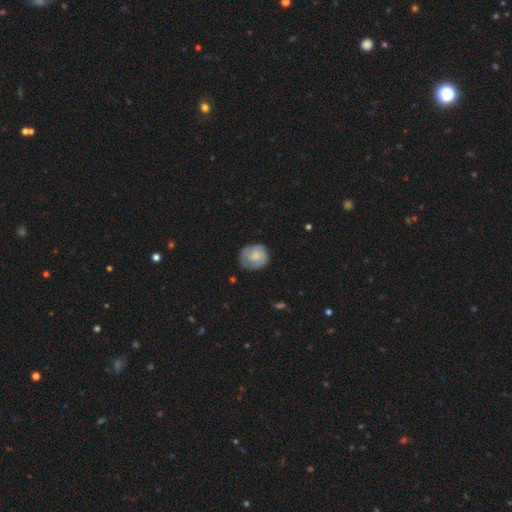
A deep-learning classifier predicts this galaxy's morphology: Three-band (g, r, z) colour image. It shows a smooth galaxy with no disk features (48%). Merging: none (69%).